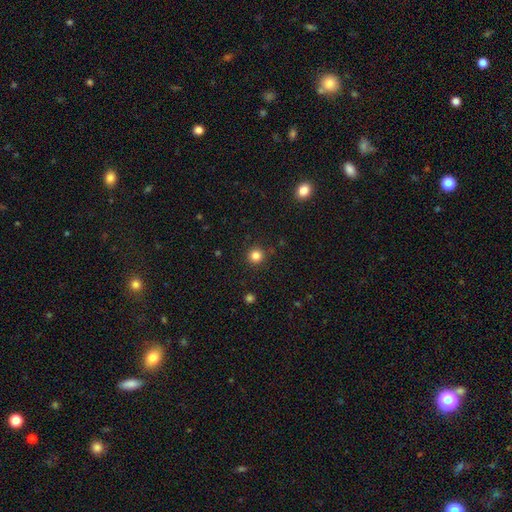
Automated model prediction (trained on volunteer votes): smooth_or_featured: smooth (p=0.83) [alt: star or artifact p=0.13]
how_rounded: round (p=0.95) [alt: in between p=0.04]
merging: none (p=0.91) [alt: minor disturbance p=0.06]